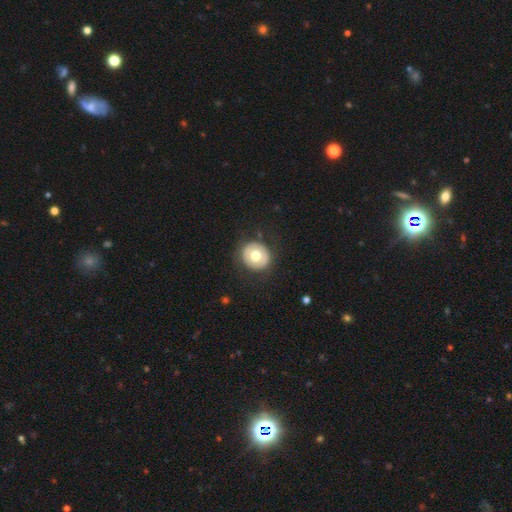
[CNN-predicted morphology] type=smooth (61%); roundness=round (89%); merging=none (85%).